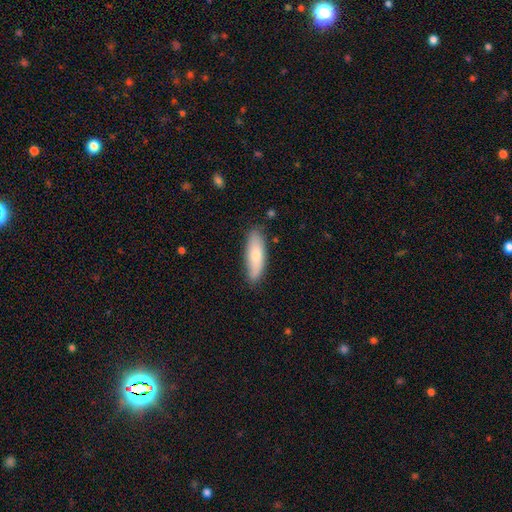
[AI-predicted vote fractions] Morphology: type=smooth (73%); roundness=in between (53%); merging=none (81%).